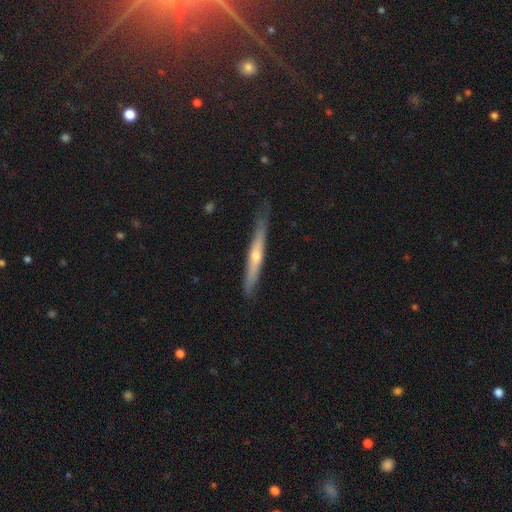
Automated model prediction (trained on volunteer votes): A featured or disk galaxy (62%) viewed edge-on (94%) with a rounded central bulge (74%). Merging: none (77%).